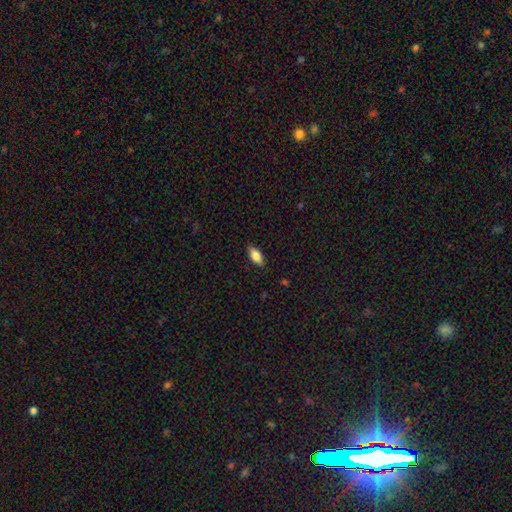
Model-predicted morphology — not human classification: smooth_or_featured: smooth (p=0.80) [alt: featured or disk p=0.13]
how_rounded: in between (p=0.88) [alt: cigar-shaped p=0.09]
merging: none (p=0.87) [alt: minor disturbance p=0.10]